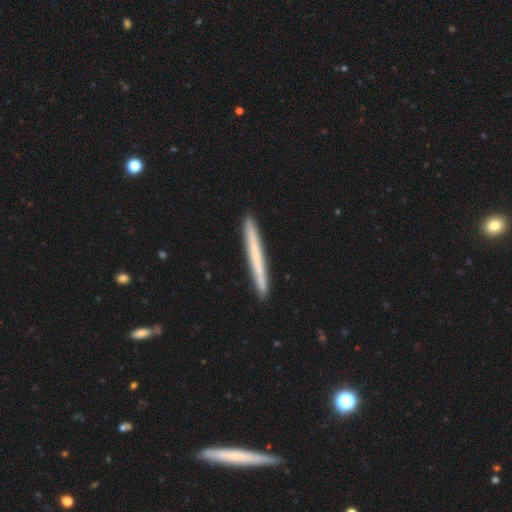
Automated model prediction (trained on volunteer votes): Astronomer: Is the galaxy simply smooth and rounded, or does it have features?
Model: smooth — 57% (runner-up: featured or disk, 38%).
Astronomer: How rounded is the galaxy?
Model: cigar-shaped — 97%.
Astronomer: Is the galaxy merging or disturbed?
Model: none — 92%.